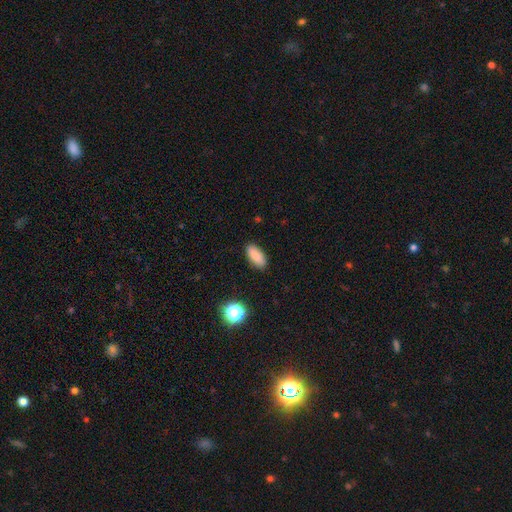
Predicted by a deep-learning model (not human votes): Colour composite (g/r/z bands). It shows a smooth galaxy with no disk features (85%) that is in between round and cigar-shaped (85%). Merging: none (89%).